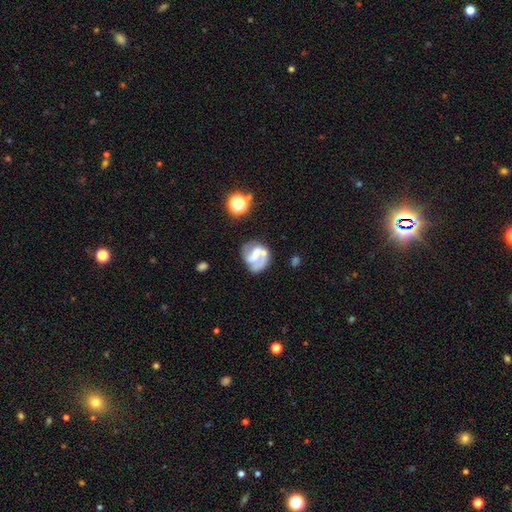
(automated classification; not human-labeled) Morphology: type=featured or disk (62%); edge-on=no (98%); bar=no (39%); spiral arms=yes (64%); bulge=none (37%); merging=none (44%).